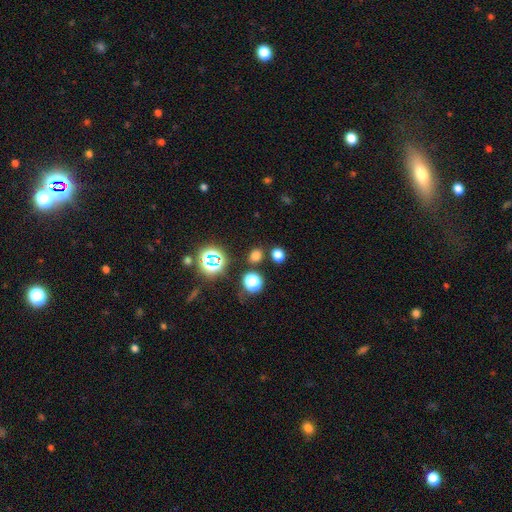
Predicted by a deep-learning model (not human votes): Overall: smooth (67%; star or artifact 28%). How rounded: round (68%; in between 31%). Merging: none (83%).